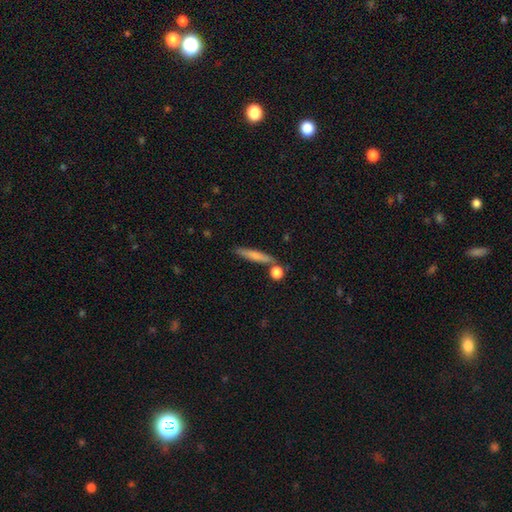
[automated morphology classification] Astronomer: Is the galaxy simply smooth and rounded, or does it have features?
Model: smooth — 69%.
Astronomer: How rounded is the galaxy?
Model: cigar-shaped — 89%.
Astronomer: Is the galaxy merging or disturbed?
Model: none — 75%.